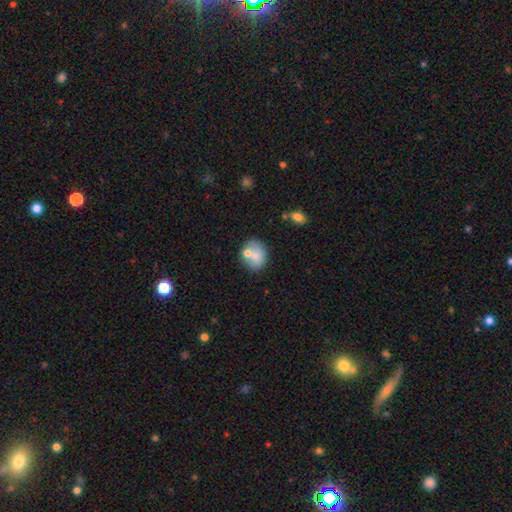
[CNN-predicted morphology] smooth_or_featured: smooth (p=0.70) [alt: featured or disk p=0.21]
how_rounded: round (p=0.63) [alt: in between p=0.36]
merging: none (p=0.55) [alt: merger p=0.24]